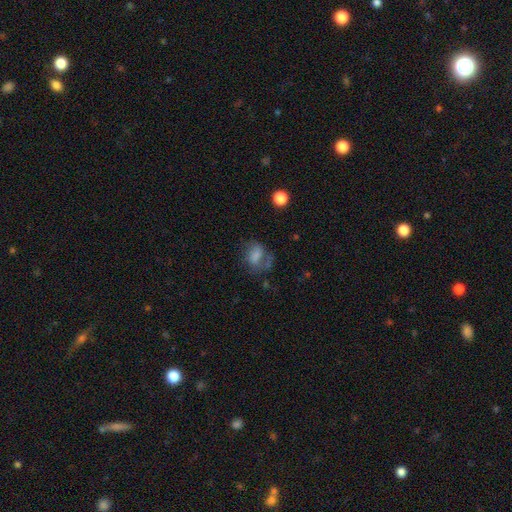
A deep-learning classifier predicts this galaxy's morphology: A smooth galaxy with no disk features (62%) that is in between round and cigar-shaped (68%). Merging: none (40%).